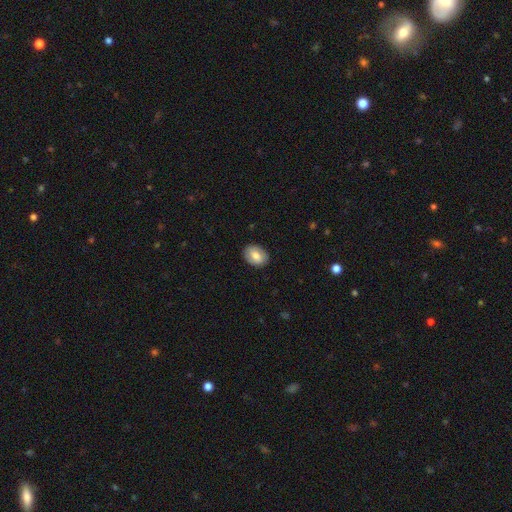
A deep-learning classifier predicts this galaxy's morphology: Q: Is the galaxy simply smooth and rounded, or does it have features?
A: smooth — 73%.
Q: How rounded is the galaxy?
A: in between — 71%.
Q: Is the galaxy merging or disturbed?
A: none — 87%.